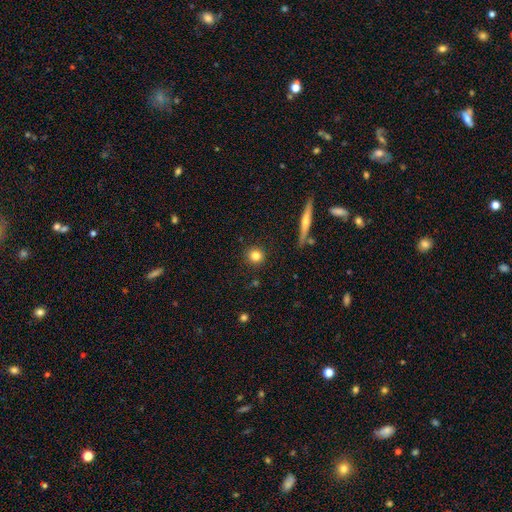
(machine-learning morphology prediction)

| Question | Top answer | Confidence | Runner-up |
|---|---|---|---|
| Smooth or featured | smooth | 81% | star or artifact (10%) |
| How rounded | round | 92% | in between (6%) |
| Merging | none | 89% | minor disturbance (7%) |